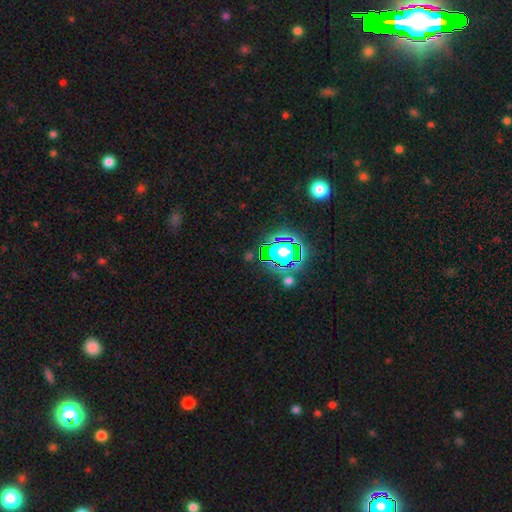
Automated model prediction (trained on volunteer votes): A star or artifact, not a galaxy (72%).